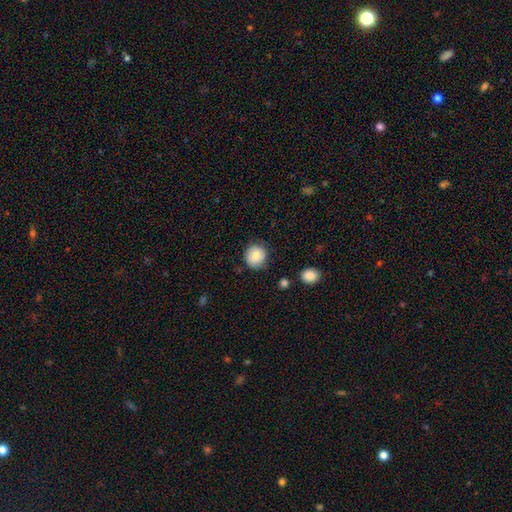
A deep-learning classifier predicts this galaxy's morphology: A smooth galaxy with no disk features (83%) that is round (91%).

Vote fractions:
- Smooth or featured? smooth: 83% / featured or disk: 9% / star or artifact: 8%
- How rounded? round: 91% / in between: 9% / cigar-shaped: 1%
- Merging? none: 82% / minor disturbance: 13% / major disturbance: 3% / merger: 2%